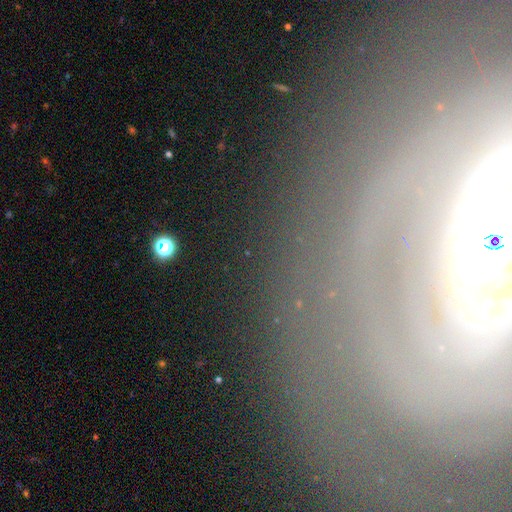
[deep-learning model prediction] Q: Smooth or featured?
A: featured or disk (66%); runner-up: star or artifact (17%)
Q: Edge-on disk?
A: no (81%); runner-up: yes (19%)
Q: Bar?
A: no (46%); runner-up: strong (29%)
Q: Spiral arms?
A: yes (64%); runner-up: no (36%)
Q: Bulge size?
A: moderate (58%); runner-up: large (20%)
Q: Merging?
A: none (82%); runner-up: minor disturbance (10%)